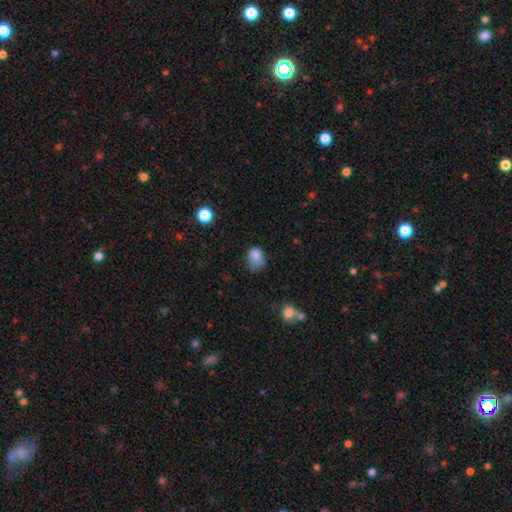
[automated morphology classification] smooth_or_featured: smooth (p=0.77) [alt: featured or disk p=0.12]
how_rounded: in between (p=0.53) [alt: round p=0.46]
merging: minor disturbance (p=0.36) [alt: none p=0.33]